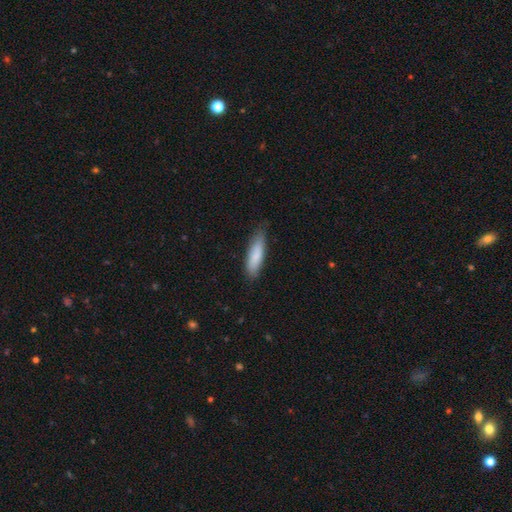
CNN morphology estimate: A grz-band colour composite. It shows a smooth galaxy with no disk features (84%) that is cigar-shaped (59%). Merging: none (77%).